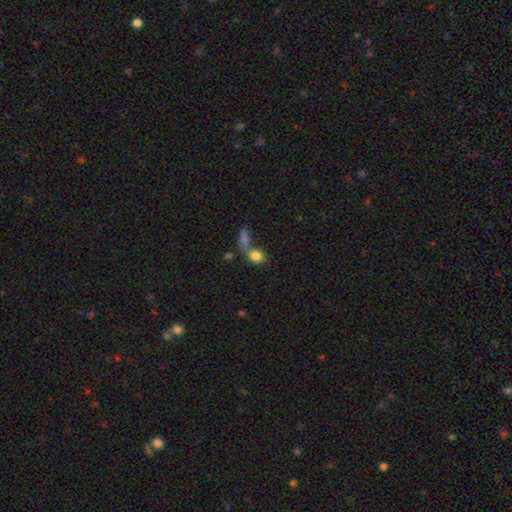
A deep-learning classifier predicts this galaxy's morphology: Smooth or featured?
  - smooth: 82% *
  - star or artifact: 10%
  - featured or disk: 8%
How rounded?
  - round: 49% *
  - in between: 48%
  - cigar-shaped: 3%
Merging?
  - merger: 42% *
  - none: 40%
  - minor disturbance: 10%
  - major disturbance: 8%